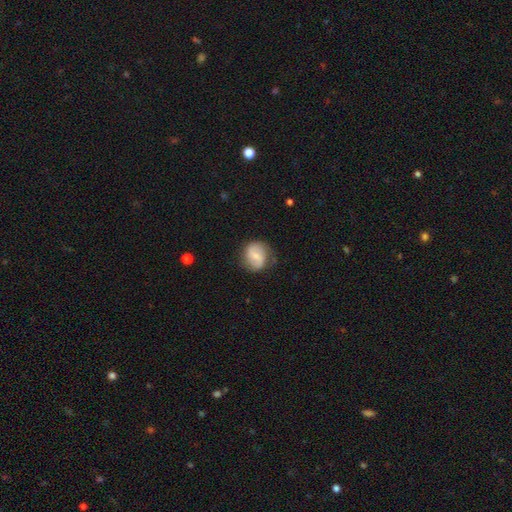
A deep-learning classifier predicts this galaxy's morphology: Q: Smooth or featured?
A: featured or disk (56%); runner-up: smooth (37%)
Q: Edge-on disk?
A: no (97%); runner-up: yes (3%)
Q: Bar?
A: weak (52%); runner-up: strong (24%)
Q: Spiral arms?
A: yes (86%); runner-up: no (14%)
Q: Bulge size?
A: small (51%); runner-up: moderate (33%)
Q: Merging?
A: none (73%); runner-up: minor disturbance (19%)